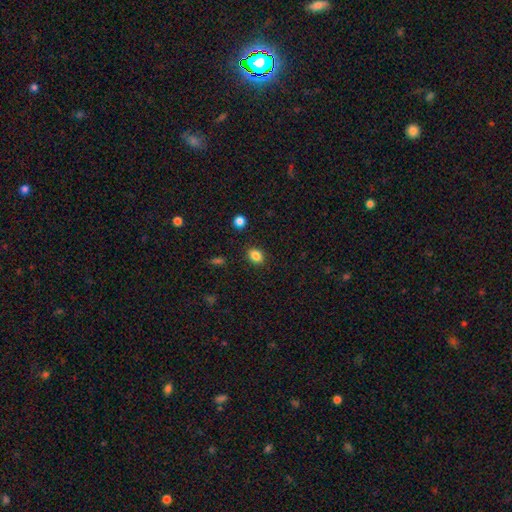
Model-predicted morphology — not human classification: The model was most divided on "how rounded": in between: 60%, round: 39%, cigar-shaped: 1%. More confident: merging — none (87%); smooth or featured — smooth (85%).